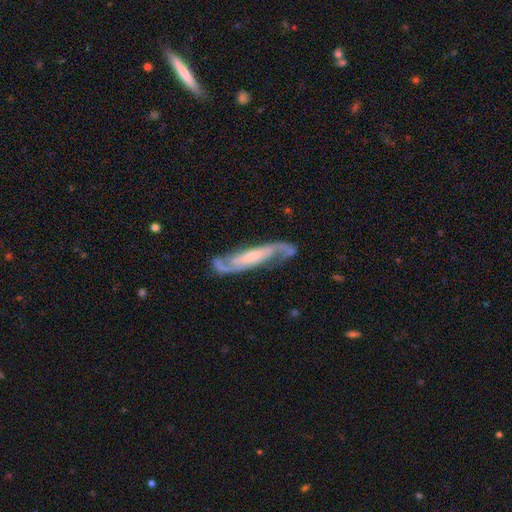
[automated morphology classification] Overall: featured or disk (87%). Edge-on disk: no (79%). Bar: weak (37%; no 33%). Spiral arms: yes (97%). Spiral arm count: 2 (90%). Spiral winding: medium (51%; tight 25%). Bulge size: small (40%; moderate 38%). Merging: none (76%).